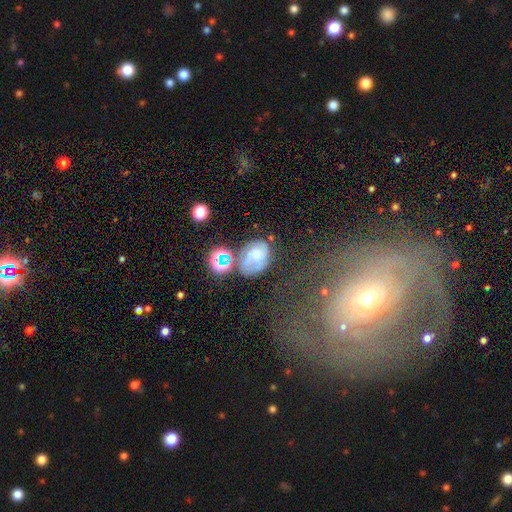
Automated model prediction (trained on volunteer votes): This is possibly a featured or disk galaxy (50%). Merging: possibly none (46%).